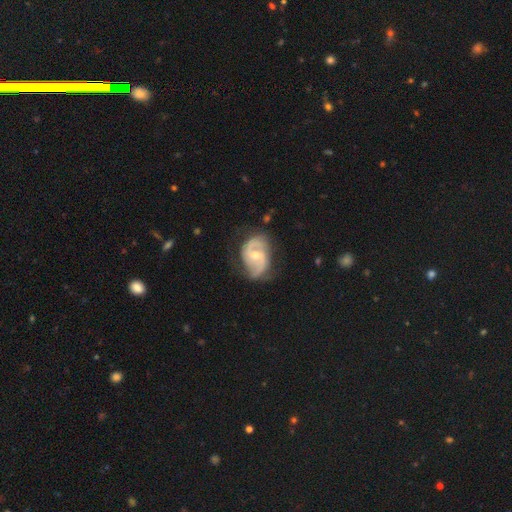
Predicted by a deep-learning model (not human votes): Smooth or featured: featured or disk — 83% (smooth — 12%)
Edge-on disk: no — 97% (yes — 3%)
Bar: weak — 46% (no — 42%)
Spiral arms: yes — 94% (no — 6%)
Spiral winding: medium — 50% (tight — 27%)
Spiral arm count: 2 — 83% (can't tell — 8%)
Bulge size: moderate — 56% (small — 39%)
Merging: none — 64% (minor disturbance — 24%)